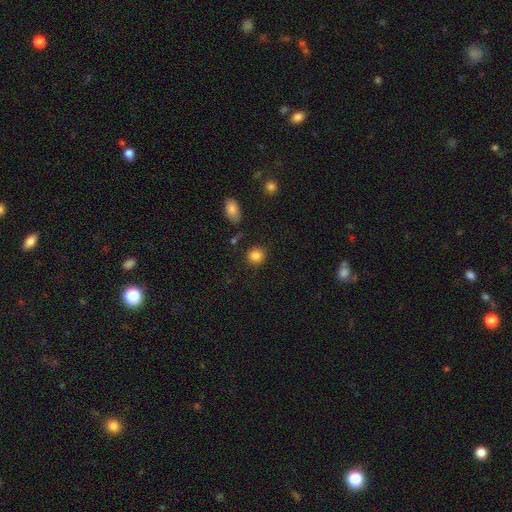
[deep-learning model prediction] Smooth or featured: smooth — 85% (star or artifact — 10%)
How rounded: round — 84% (in between — 15%)
Merging: none — 85% (minor disturbance — 9%)